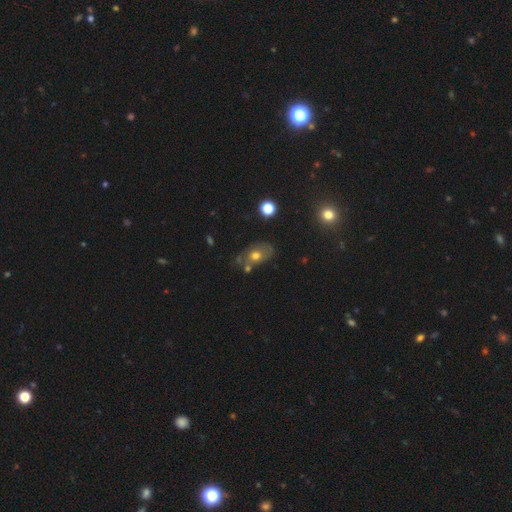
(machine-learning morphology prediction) The model was most divided on "smooth or featured": smooth: 55%, featured or disk: 33%, star or artifact: 12%. More confident: how rounded — in between (76%); merging — none (52%).